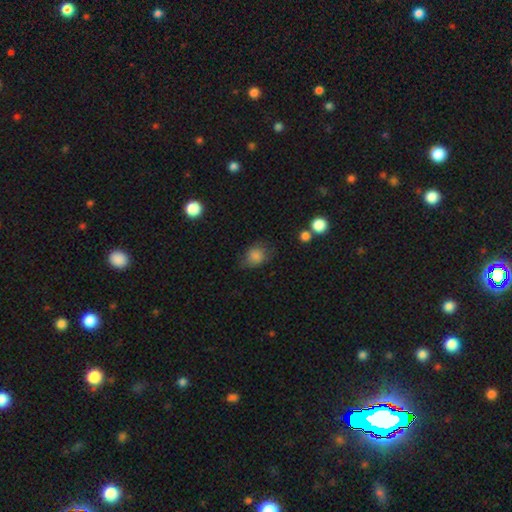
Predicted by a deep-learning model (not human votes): Morphology: type=smooth (84%); roundness=round (59%); merging=none (68%).